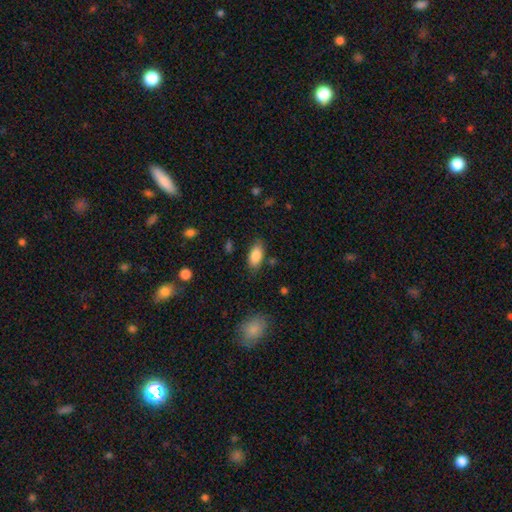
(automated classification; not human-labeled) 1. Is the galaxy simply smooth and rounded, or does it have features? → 85% smooth, 8% featured or disk, 7% star or artifact.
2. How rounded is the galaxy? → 90% in between, 7% cigar-shaped, 3% round.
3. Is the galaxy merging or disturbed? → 82% none, 13% minor disturbance, 3% major disturbance, 2% merger.